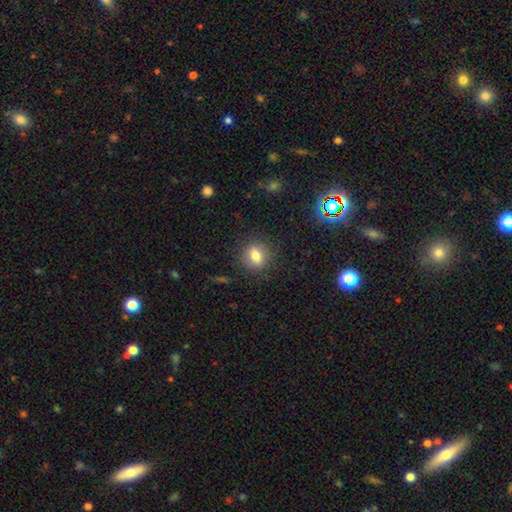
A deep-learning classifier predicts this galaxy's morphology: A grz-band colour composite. It shows a smooth galaxy with no disk features (79%) that is round (61%). Merging: none (86%).